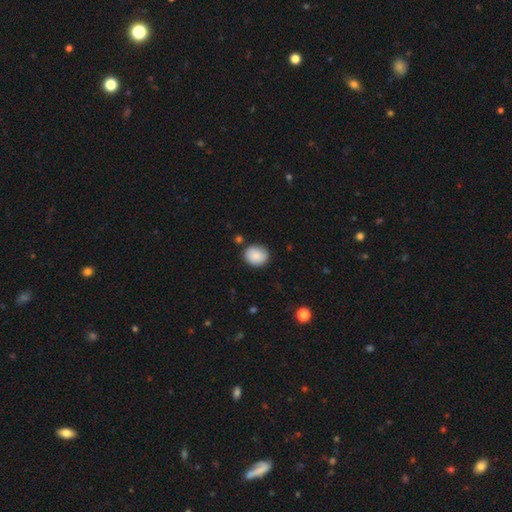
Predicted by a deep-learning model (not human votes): A smooth galaxy with no disk features (85%) that is round (73%).

Vote fractions:
- Smooth or featured? smooth: 85% / star or artifact: 8% / featured or disk: 7%
- How rounded? round: 73% / in between: 26% / cigar-shaped: 1%
- Merging? none: 84% / minor disturbance: 11% / merger: 3% / major disturbance: 2%